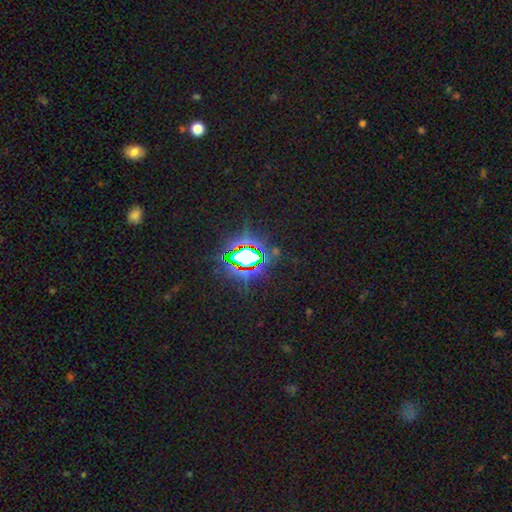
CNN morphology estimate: Smooth or featured? Predicted: star or artifact (p=0.81).